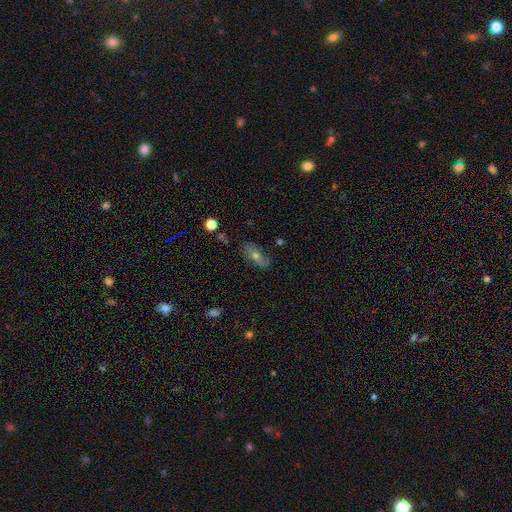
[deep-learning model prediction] A smooth galaxy with no disk features (46%).

Vote fractions:
- Smooth or featured? smooth: 46% / featured or disk: 39% / star or artifact: 15%
- Merging? none: 77% / minor disturbance: 16% / major disturbance: 4% / merger: 2%